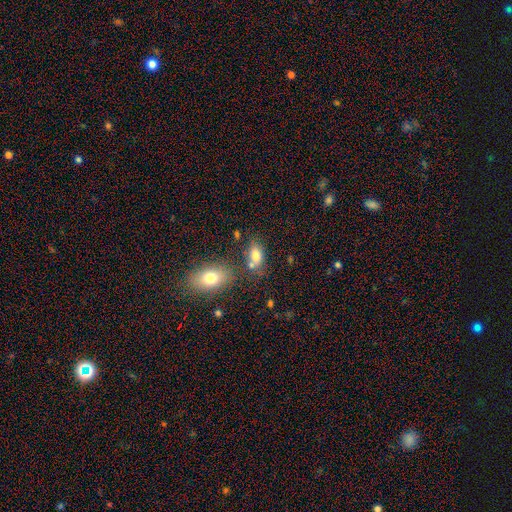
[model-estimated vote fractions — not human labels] smooth 79%, featured or disk 11%, star or artifact 10%. Down the decision tree: how rounded — in between (87%); merging — none (54%).